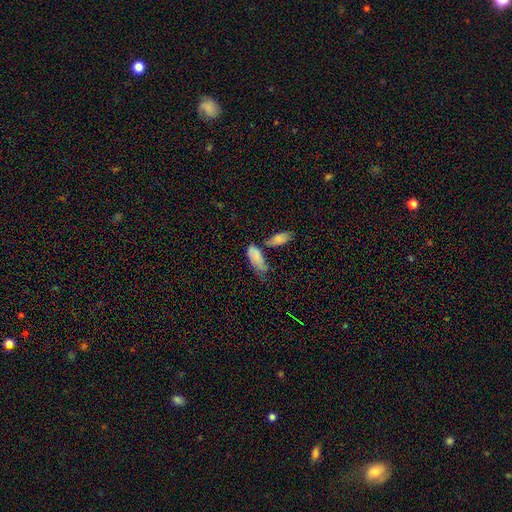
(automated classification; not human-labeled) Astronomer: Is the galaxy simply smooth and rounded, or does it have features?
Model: smooth — 76%.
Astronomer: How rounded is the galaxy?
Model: in between — 82%.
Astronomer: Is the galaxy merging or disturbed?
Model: none — 29% (runner-up: minor disturbance, 28%).